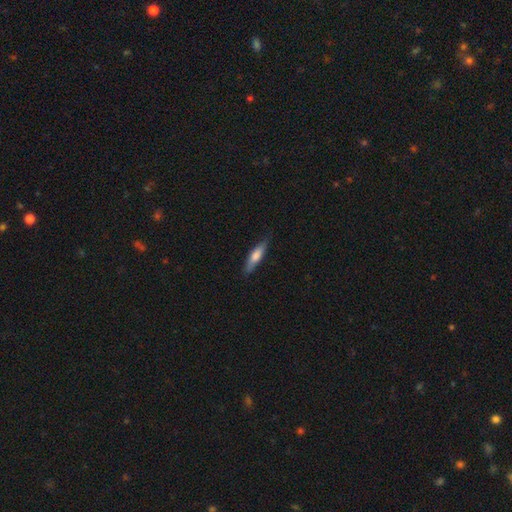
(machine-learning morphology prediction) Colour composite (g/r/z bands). It shows a smooth galaxy with no disk features (67%) that is cigar-shaped (73%). Merging: none (81%).